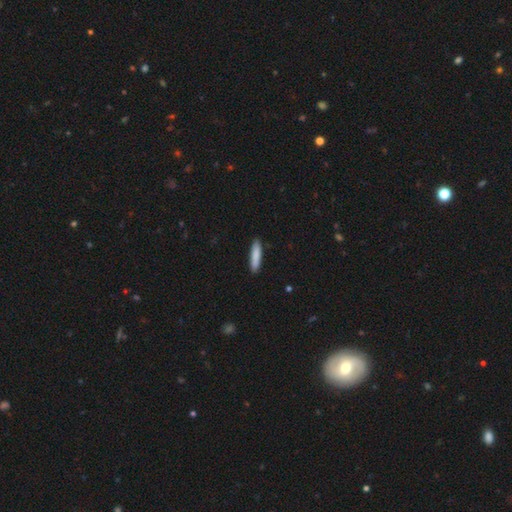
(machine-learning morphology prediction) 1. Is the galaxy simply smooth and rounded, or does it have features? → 85% smooth, 10% featured or disk, 5% star or artifact.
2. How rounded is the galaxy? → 80% cigar-shaped, 18% in between, 1% round.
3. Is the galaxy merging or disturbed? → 89% none, 9% minor disturbance, 1% major disturbance, 1% merger.